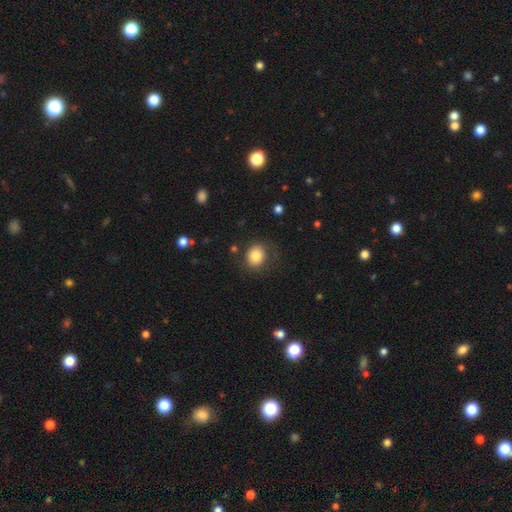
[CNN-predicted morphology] Smooth or featured? smooth (82%)
How rounded? round (66%)
Merging? none (75%)